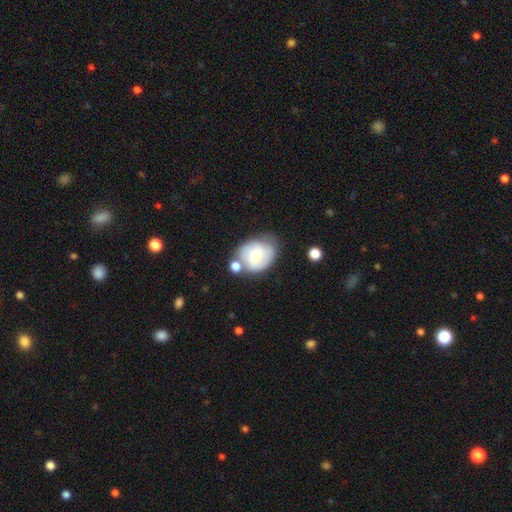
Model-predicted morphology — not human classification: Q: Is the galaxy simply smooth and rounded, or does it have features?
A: smooth — 64%.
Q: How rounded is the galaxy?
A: in between — 55%.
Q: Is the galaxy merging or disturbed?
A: none — 41%.